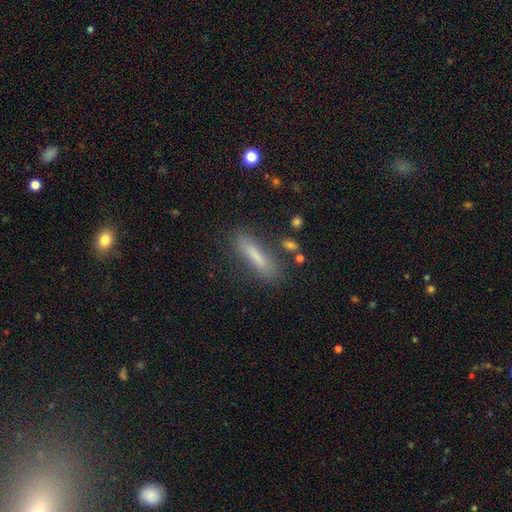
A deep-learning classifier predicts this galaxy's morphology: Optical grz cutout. It shows a smooth galaxy with no disk features (73%) that is cigar-shaped (79%). Merging: none (77%).